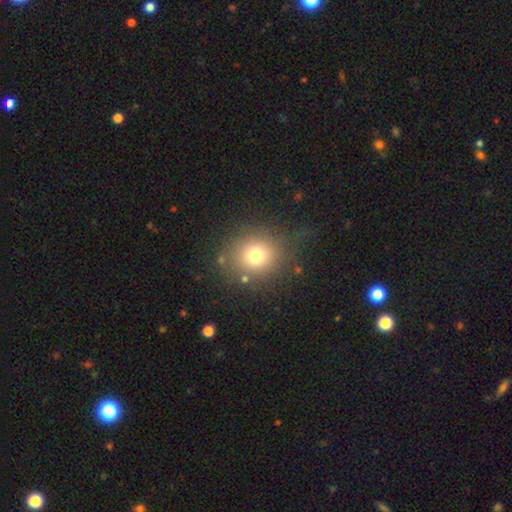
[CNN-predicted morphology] This is likely a smooth galaxy (73%). How rounded: clearly round (82%). Merging: likely none (76%).